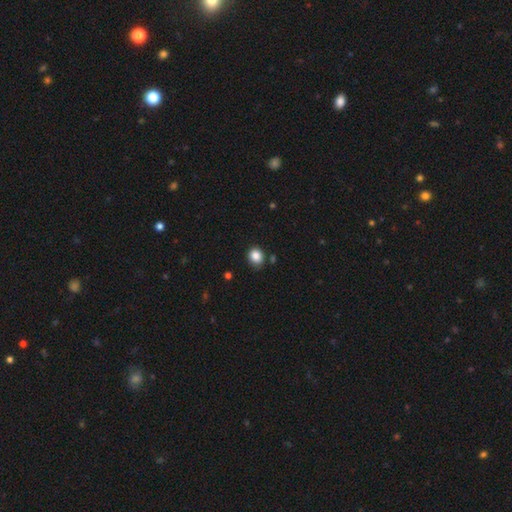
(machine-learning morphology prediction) This is clearly a smooth galaxy (85%). How rounded: likely round (68%). Merging: clearly none (81%).